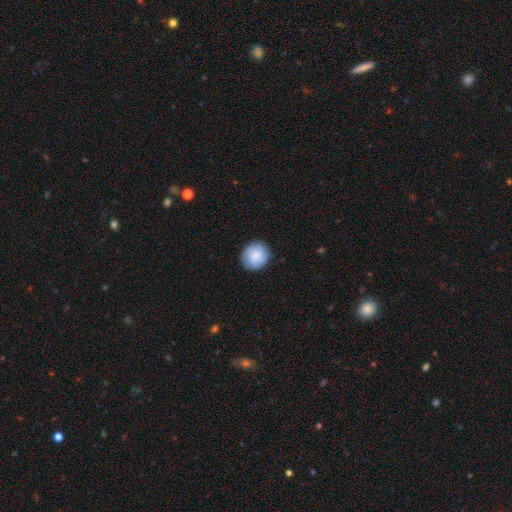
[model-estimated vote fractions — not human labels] Smooth or featured? Predicted: smooth (p=0.81). How rounded? Predicted: round (p=0.85). Merging? Predicted: none (p=0.86).